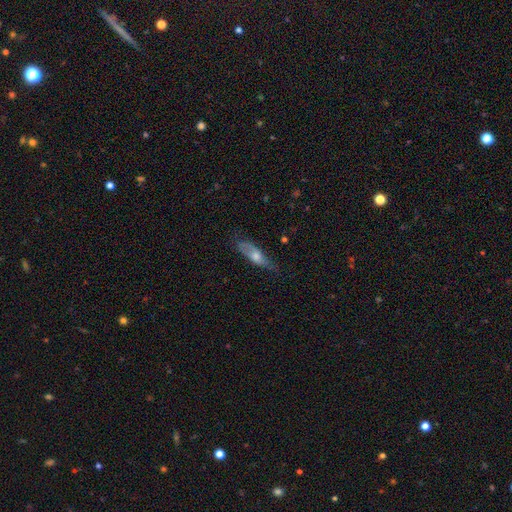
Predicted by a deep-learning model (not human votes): Overall: smooth (48%; featured or disk 45%). Merging: none (64%; minor disturbance 26%).